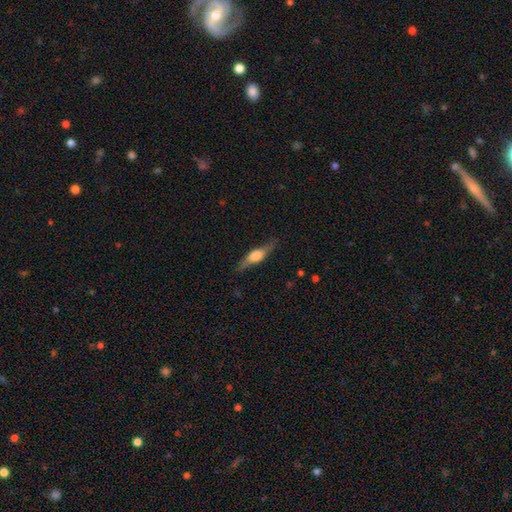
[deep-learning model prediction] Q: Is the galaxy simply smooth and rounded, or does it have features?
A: featured or disk — 56%.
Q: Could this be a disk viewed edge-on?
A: yes — 90%.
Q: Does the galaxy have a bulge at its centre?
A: rounded — 85%.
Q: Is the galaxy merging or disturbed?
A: none — 81%.